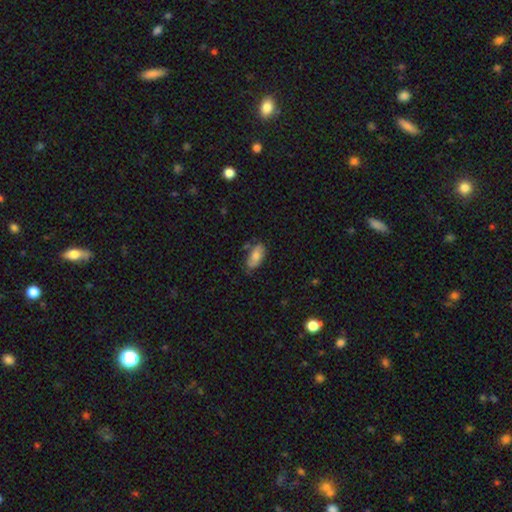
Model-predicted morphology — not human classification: Smooth or featured? Predicted: smooth (p=0.73). How rounded? Predicted: in between (p=0.92). Merging? Predicted: none (p=0.66).